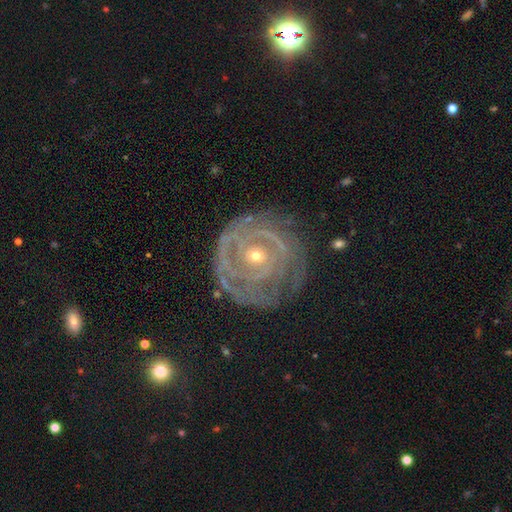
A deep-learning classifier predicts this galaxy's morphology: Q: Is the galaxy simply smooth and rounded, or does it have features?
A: featured or disk — 85%.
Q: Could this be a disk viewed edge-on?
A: no — 97%.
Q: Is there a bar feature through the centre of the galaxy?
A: no — 65%.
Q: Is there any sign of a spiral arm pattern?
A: yes — 90%.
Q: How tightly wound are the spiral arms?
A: tight — 82%.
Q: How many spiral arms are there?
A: can't tell — 34%.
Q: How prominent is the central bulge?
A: small — 66%.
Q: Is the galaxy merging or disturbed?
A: none — 73%.